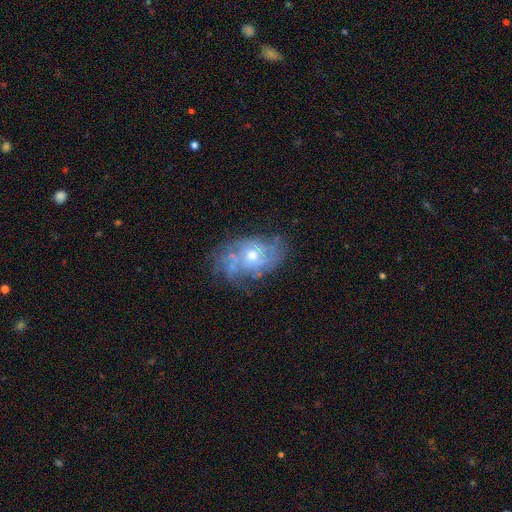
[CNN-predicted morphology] Q: Smooth or featured?
A: featured or disk (75%); runner-up: smooth (14%)
Q: Edge-on disk?
A: no (96%); runner-up: yes (4%)
Q: Bar?
A: no (76%); runner-up: weak (20%)
Q: Spiral arms?
A: yes (83%); runner-up: no (17%)
Q: Spiral winding?
A: tight (47%); runner-up: medium (35%)
Q: Spiral arm count?
A: can't tell (49%); runner-up: 3 (14%)
Q: Bulge size?
A: moderate (55%); runner-up: small (40%)
Q: Merging?
A: none (65%); runner-up: minor disturbance (21%)